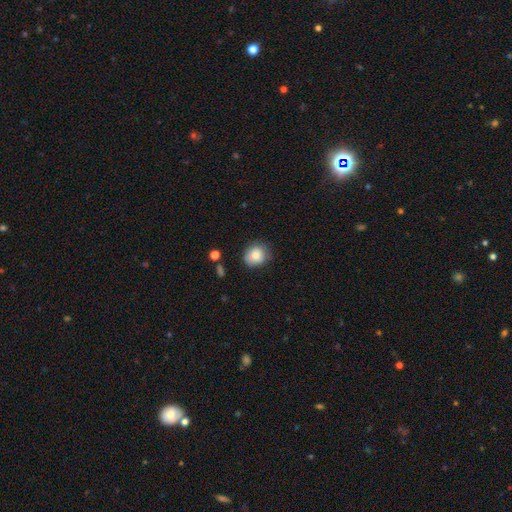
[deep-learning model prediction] This is likely a smooth galaxy (79%). How rounded: likely round (73%). Merging: likely none (68%).